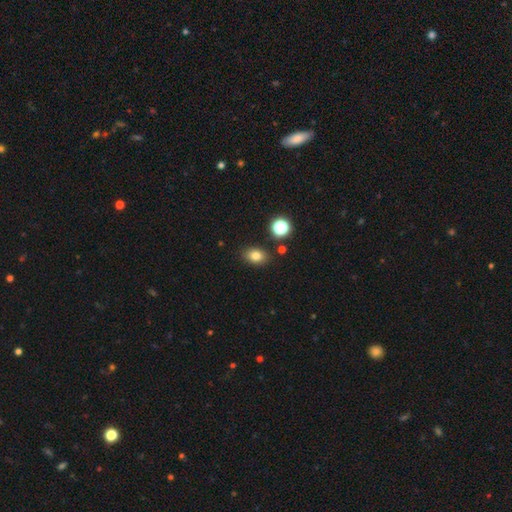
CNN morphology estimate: smooth-or-featured: smooth: 80% | star or artifact: 12% | featured or disk: 8%
  how-rounded: in between: 75% | round: 24% | cigar-shaped: 1%
  merging: none: 85% | minor disturbance: 9% | merger: 4% | major disturbance: 3%